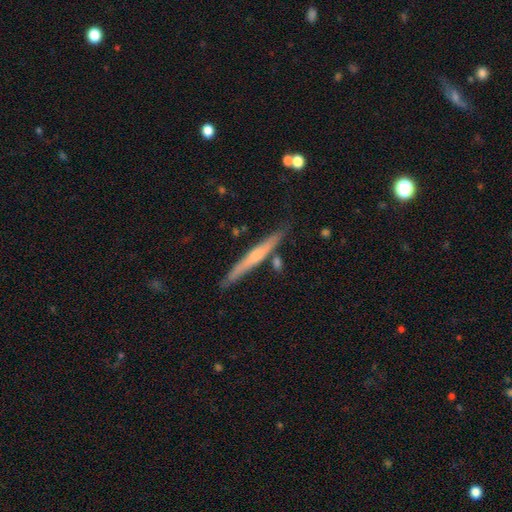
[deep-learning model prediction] Q: Smooth or featured?
A: featured or disk (49%); runner-up: smooth (45%)
Q: Merging?
A: none (82%); runner-up: minor disturbance (11%)